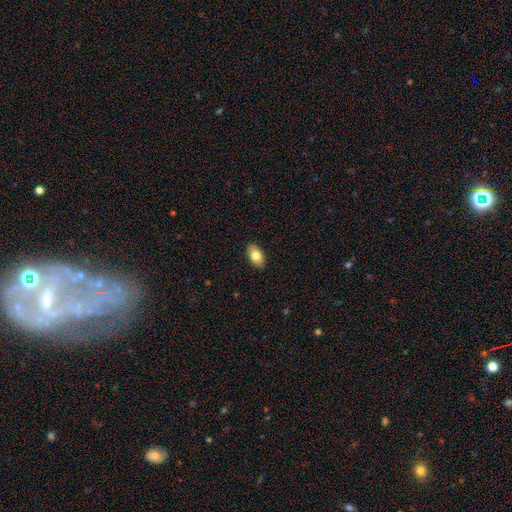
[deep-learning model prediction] Q: Smooth or featured?
A: smooth (78%); runner-up: featured or disk (15%)
Q: How rounded?
A: in between (92%); runner-up: round (6%)
Q: Merging?
A: none (89%); runner-up: minor disturbance (8%)